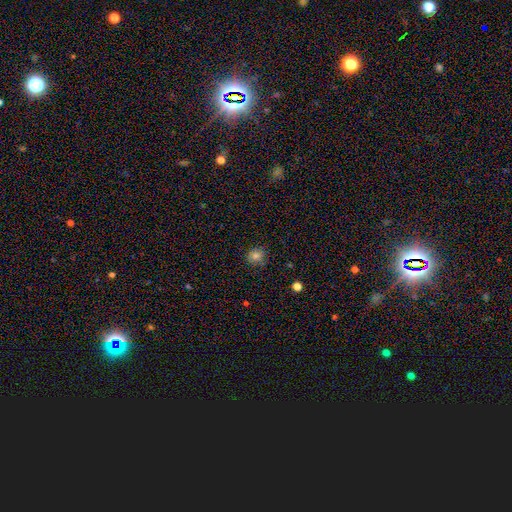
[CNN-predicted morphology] smooth_or_featured: smooth (p=0.81) [alt: star or artifact p=0.12]
how_rounded: round (p=0.88) [alt: in between p=0.11]
merging: none (p=0.86) [alt: minor disturbance p=0.11]